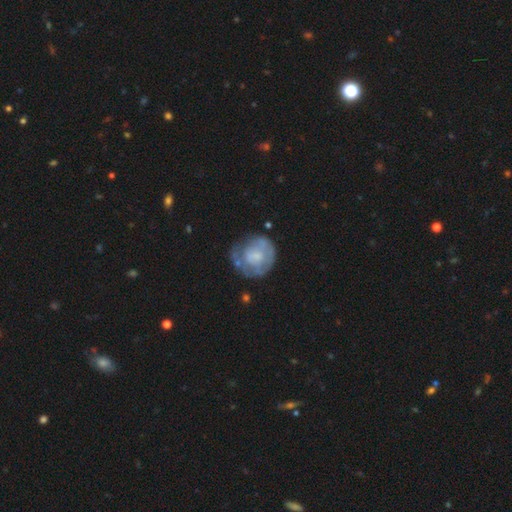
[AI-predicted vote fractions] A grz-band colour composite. It shows a featured or disk galaxy (52%) with no bar (77%), no spiral arms (56%) and a small central bulge (32%, tied with moderate). Merging: none (55%).